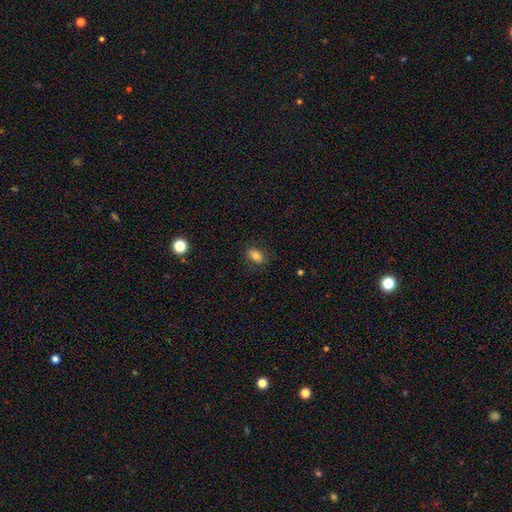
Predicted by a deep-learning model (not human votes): Overall: smooth (80%). How rounded: in between (86%). Merging: none (83%).